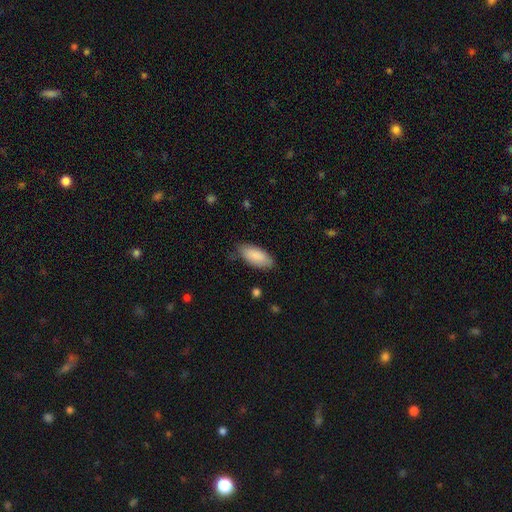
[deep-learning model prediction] smooth_or_featured: smooth (p=0.88) [alt: featured or disk p=0.07]
how_rounded: in between (p=0.86) [alt: cigar-shaped p=0.13]
merging: none (p=0.76) [alt: minor disturbance p=0.19]